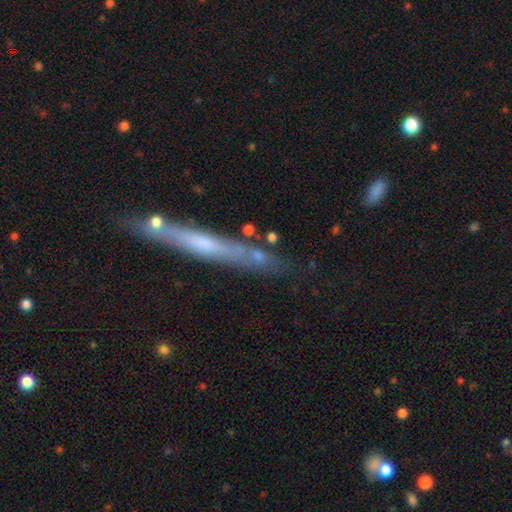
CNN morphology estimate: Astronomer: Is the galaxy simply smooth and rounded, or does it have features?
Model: featured or disk — 48% (runner-up: smooth, 43%).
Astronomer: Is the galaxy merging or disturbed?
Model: none — 75%.